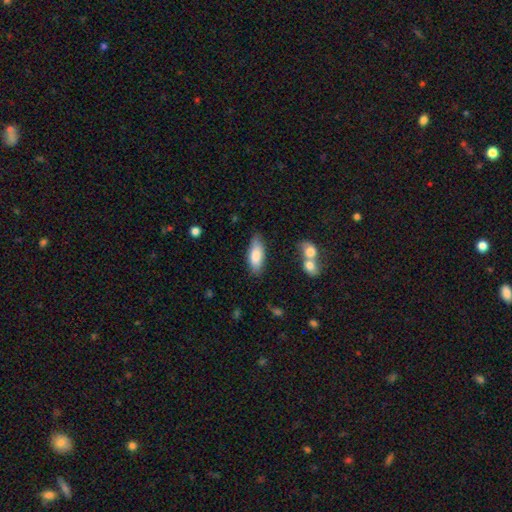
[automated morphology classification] The model was most divided on "how rounded": in between: 75%, cigar-shaped: 23%, round: 2%. More confident: smooth or featured — smooth (81%); merging — none (75%).